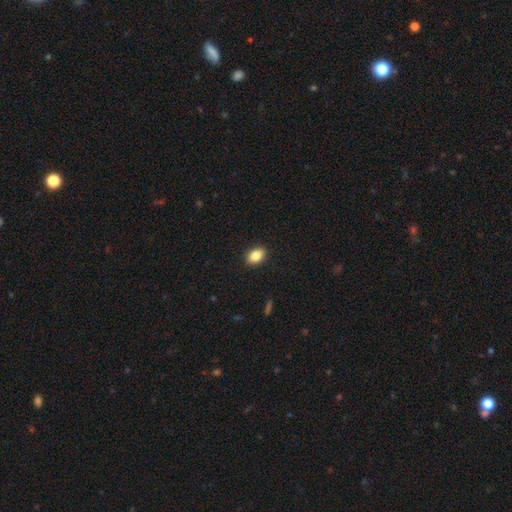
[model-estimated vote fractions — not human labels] Smooth or featured? smooth (86%)
How rounded? in between (84%)
Merging? none (90%)